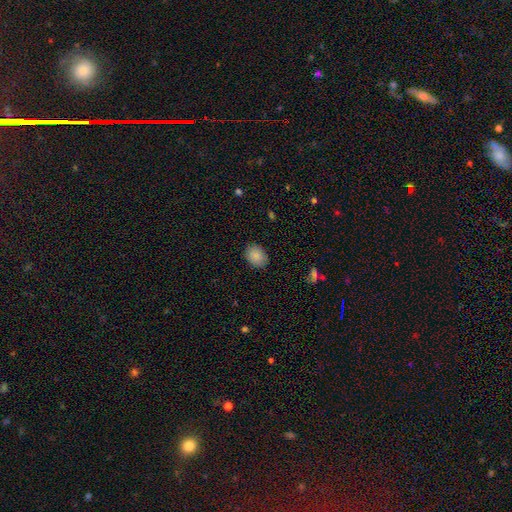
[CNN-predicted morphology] Smooth or featured: smooth — 88% (star or artifact — 8%)
How rounded: in between — 60% (round — 39%)
Merging: none — 86% (minor disturbance — 10%)